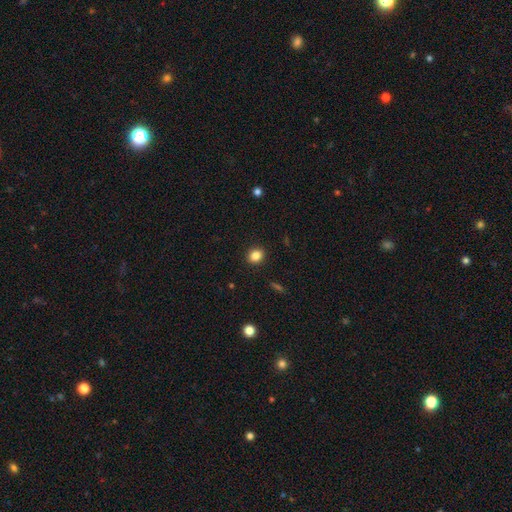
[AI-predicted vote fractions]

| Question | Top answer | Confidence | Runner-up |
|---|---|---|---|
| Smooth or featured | smooth | 84% | star or artifact (11%) |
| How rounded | round | 71% | in between (28%) |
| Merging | none | 91% | minor disturbance (6%) |